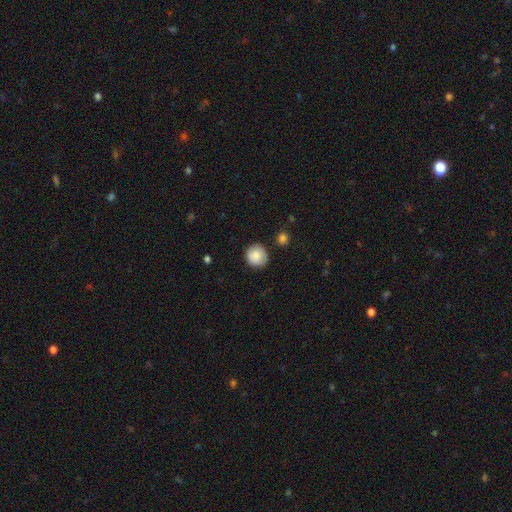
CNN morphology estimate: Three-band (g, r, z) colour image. It shows a smooth galaxy with no disk features (86%) that is round (93%). Merging: none (87%).